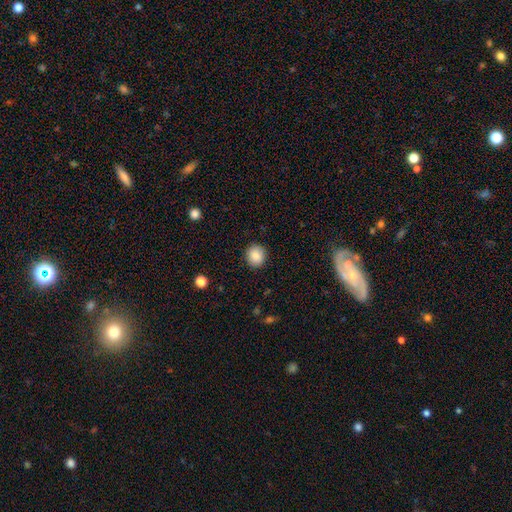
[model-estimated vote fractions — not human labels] Morphology: type=smooth (86%); roundness=round (85%); merging=none (91%).